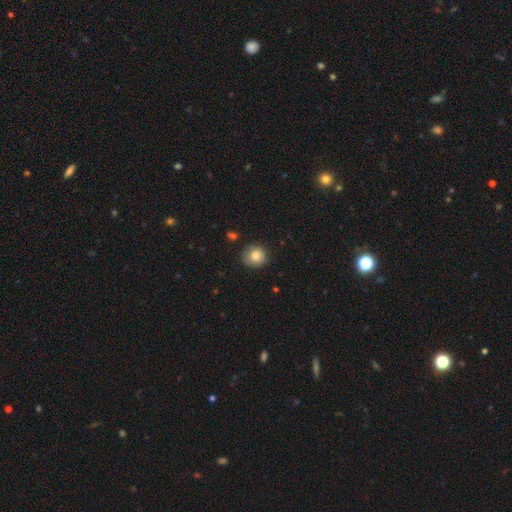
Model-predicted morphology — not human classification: A smooth galaxy with no disk features (82%) that is round (89%).

Vote fractions:
- Smooth or featured? smooth: 82% / star or artifact: 9% / featured or disk: 9%
- How rounded? round: 89% / in between: 10% / cigar-shaped: 1%
- Merging? none: 83% / minor disturbance: 13% / major disturbance: 3% / merger: 2%